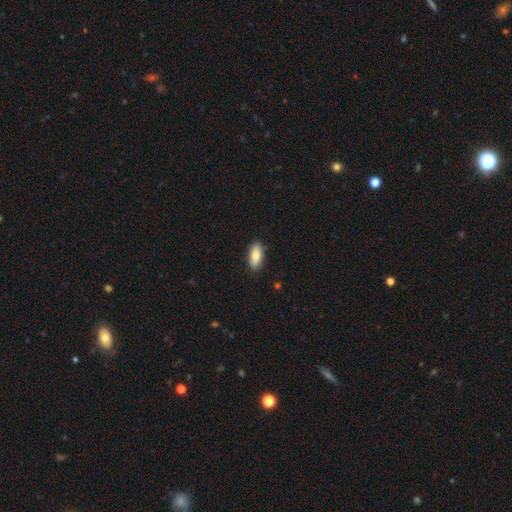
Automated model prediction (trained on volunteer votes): This is clearly a smooth galaxy (81%). How rounded: clearly in between (83%). Merging: clearly none (87%).